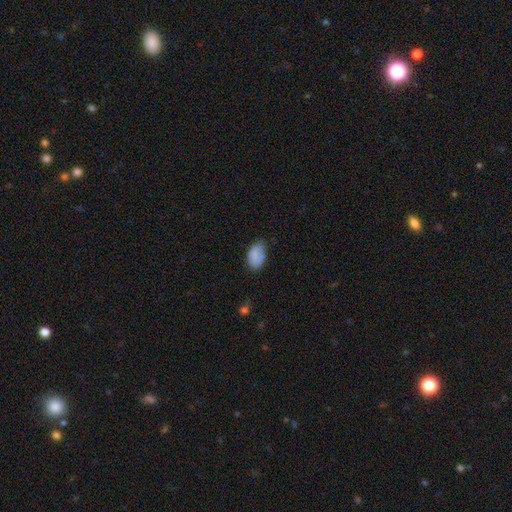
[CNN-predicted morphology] A smooth galaxy with no disk features (79%) that is in between round and cigar-shaped (91%).

Vote fractions:
- Smooth or featured? smooth: 79% / featured or disk: 13% / star or artifact: 8%
- How rounded? in between: 91% / round: 8% / cigar-shaped: 1%
- Merging? none: 58% / minor disturbance: 31% / major disturbance: 8% / merger: 4%